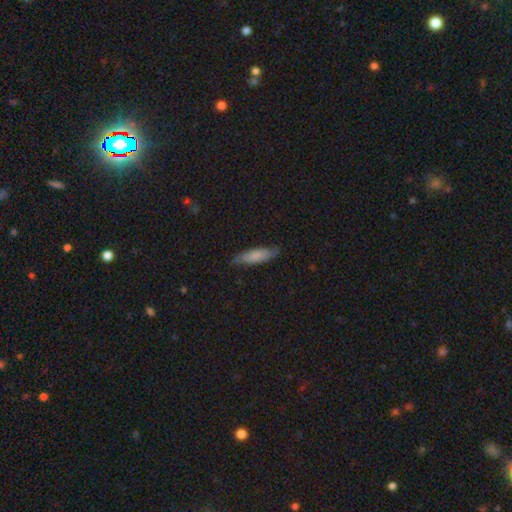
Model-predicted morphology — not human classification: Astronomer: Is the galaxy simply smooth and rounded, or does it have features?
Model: smooth — 71%.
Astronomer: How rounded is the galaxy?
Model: cigar-shaped — 61% (runner-up: in between, 38%).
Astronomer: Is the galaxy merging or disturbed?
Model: none — 76%.